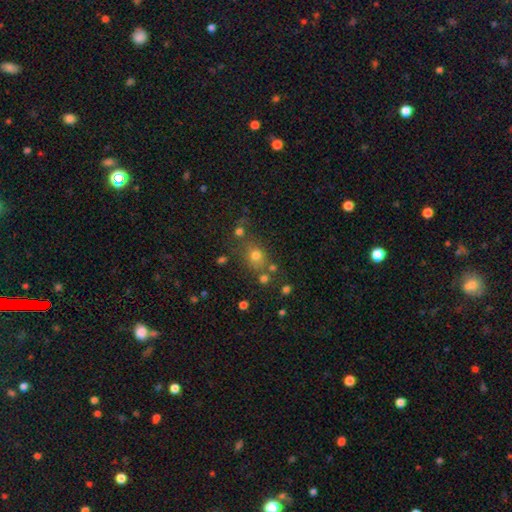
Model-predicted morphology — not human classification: smooth_or_featured: smooth (p=0.67) [alt: star or artifact p=0.21]
how_rounded: round (p=0.69) [alt: in between p=0.30]
merging: none (p=0.64) [alt: merger p=0.17]